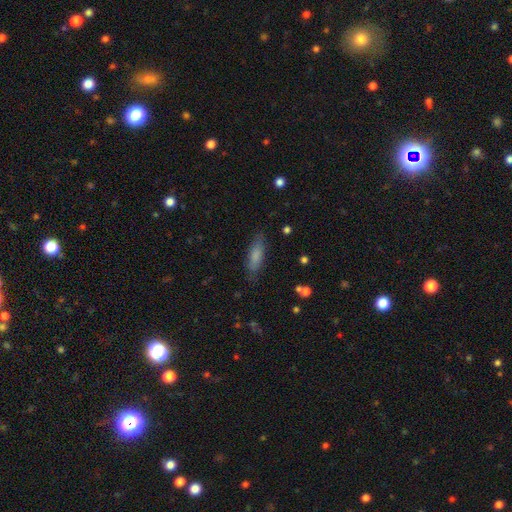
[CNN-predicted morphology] smooth-or-featured: smooth: 79% | featured or disk: 14% | star or artifact: 7%
  how-rounded: in between: 52% | cigar-shaped: 46% | round: 2%
  merging: none: 80% | minor disturbance: 15% | major disturbance: 4% | merger: 1%